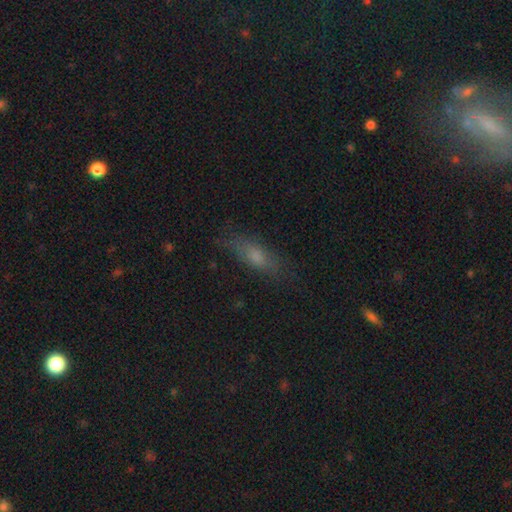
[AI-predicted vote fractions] A smooth galaxy with no disk features (64%) that is in between round and cigar-shaped (51%).

Vote fractions:
- Smooth or featured? smooth: 64% / featured or disk: 24% / star or artifact: 12%
- How rounded? in between: 51% / cigar-shaped: 45% / round: 4%
- Merging? none: 74% / minor disturbance: 18% / major disturbance: 6% / merger: 2%